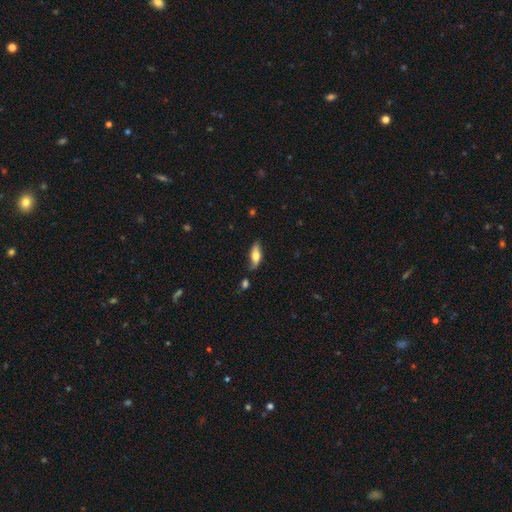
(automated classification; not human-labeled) The model was most divided on "smooth or featured": smooth: 62%, featured or disk: 31%, star or artifact: 6%. More confident: merging — none (66%); how rounded — in between (65%).